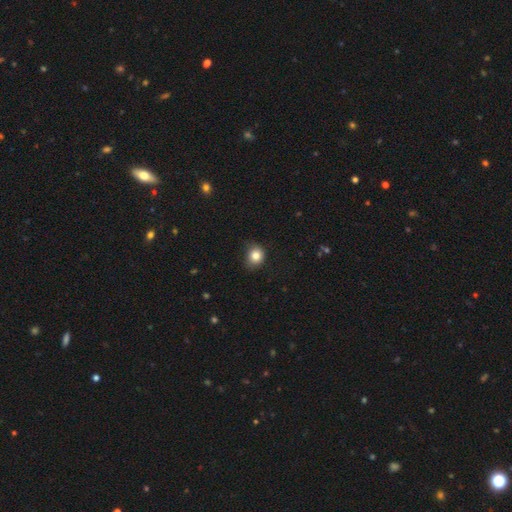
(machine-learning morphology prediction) This is clearly a smooth galaxy (82%). How rounded: likely round (70%). Merging: likely none (67%).